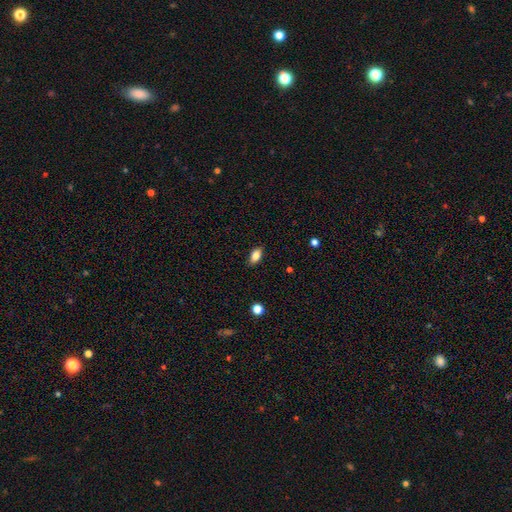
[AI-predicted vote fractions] This is clearly a smooth galaxy (82%). How rounded: clearly in between (88%). Merging: clearly none (87%).